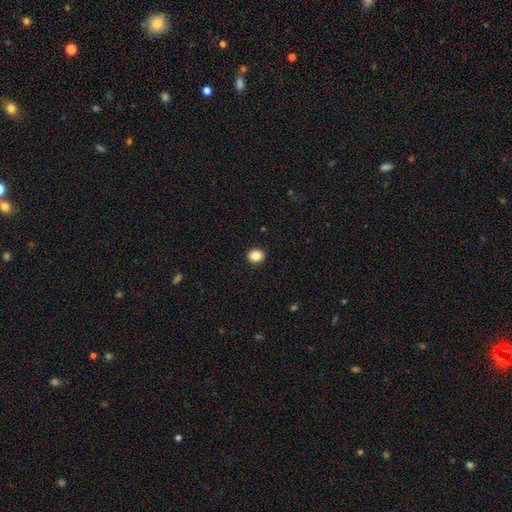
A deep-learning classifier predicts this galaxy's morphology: smooth 87%, star or artifact 10%, featured or disk 4%. Down the decision tree: how rounded — round (65%); merging — none (92%).